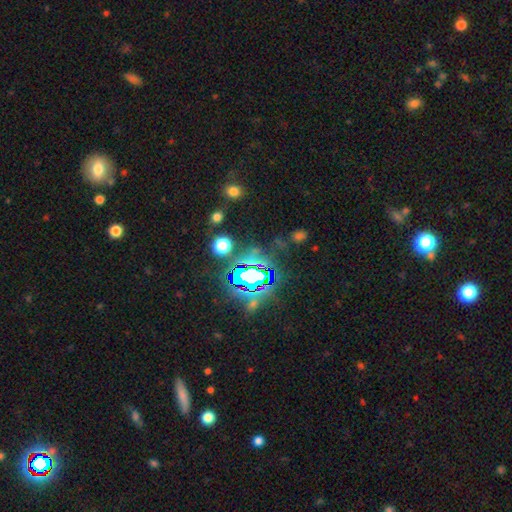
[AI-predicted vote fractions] A star or artifact, not a galaxy (82%).